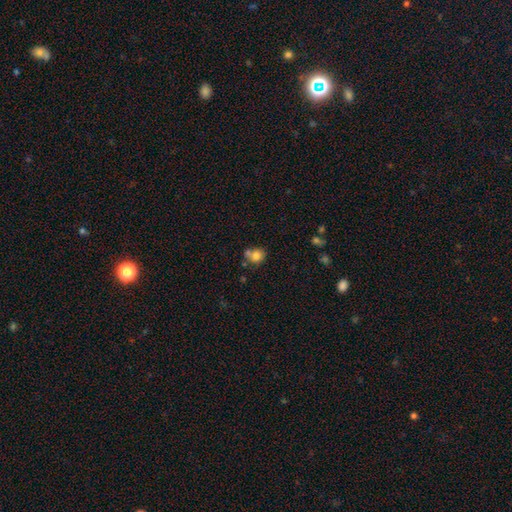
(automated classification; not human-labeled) Overall: smooth (78%). How rounded: round (73%). Merging: none (47%; merger 34%).